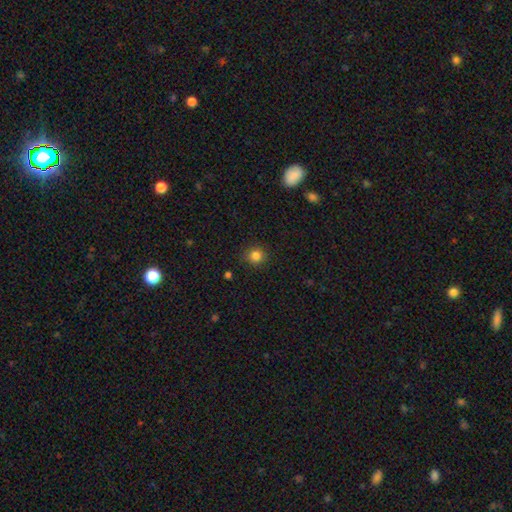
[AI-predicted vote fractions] smooth 83%, star or artifact 12%, featured or disk 4%. Down the decision tree: how rounded — round (91%); merging — none (88%).